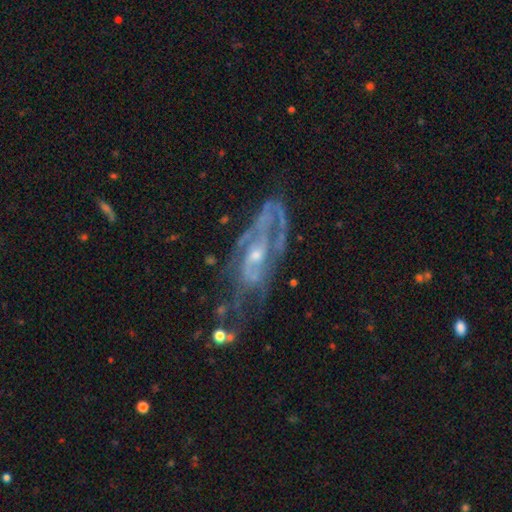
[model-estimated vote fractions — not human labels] Q: Smooth or featured?
A: featured or disk (86%); runner-up: smooth (8%)
Q: Edge-on disk?
A: no (92%); runner-up: yes (8%)
Q: Bar?
A: no (60%); runner-up: weak (31%)
Q: Spiral arms?
A: yes (91%); runner-up: no (9%)
Q: Spiral winding?
A: medium (43%); runner-up: tight (41%)
Q: Spiral arm count?
A: 2 (41%); runner-up: can't tell (29%)
Q: Bulge size?
A: small (60%); runner-up: moderate (35%)
Q: Merging?
A: none (46%); runner-up: major disturbance (25%)